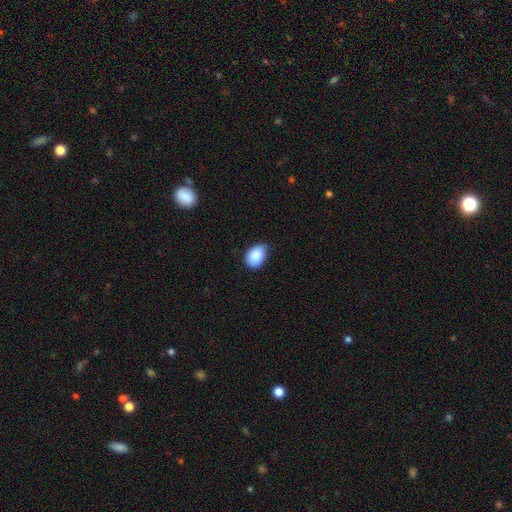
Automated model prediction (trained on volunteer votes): A smooth galaxy with no disk features (88%) that is in between round and cigar-shaped (78%).

Vote fractions:
- Smooth or featured? smooth: 88% / star or artifact: 7% / featured or disk: 5%
- How rounded? in between: 78% / round: 21% / cigar-shaped: 1%
- Merging? none: 57% / minor disturbance: 37% / major disturbance: 5% / merger: 1%